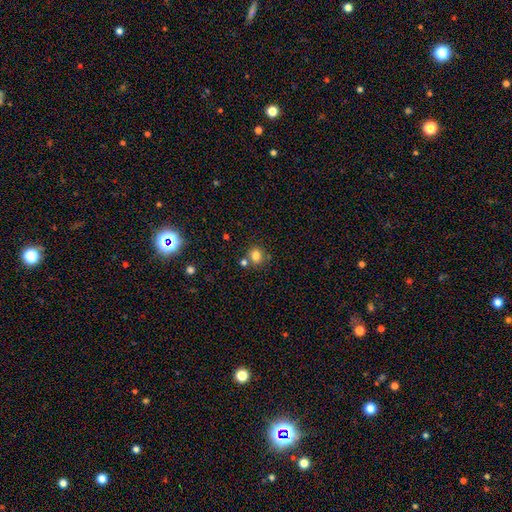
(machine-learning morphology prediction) smooth 81%, star or artifact 13%, featured or disk 7%. Down the decision tree: how rounded — round (83%); merging — none (70%).